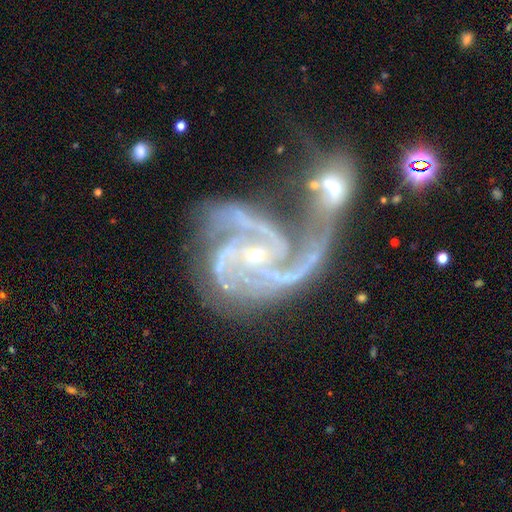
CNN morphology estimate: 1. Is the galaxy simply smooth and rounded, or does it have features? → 91% featured or disk, 6% star or artifact, 4% smooth.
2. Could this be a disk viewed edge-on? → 98% no, 2% yes.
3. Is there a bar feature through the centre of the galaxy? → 59% no, 28% weak, 13% strong.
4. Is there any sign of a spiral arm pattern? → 97% yes, 3% no.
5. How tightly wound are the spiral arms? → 48% medium, 35% tight, 17% loose.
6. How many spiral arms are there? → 35% 3, 22% 2, 14% 4, 13% can't tell, 8% more than 4, 8% 1.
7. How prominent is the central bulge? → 82% small, 13% moderate, 3% none, 1% large, 1% dominant.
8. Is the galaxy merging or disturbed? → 53% merger, 21% major disturbance, 15% none, 11% minor disturbance.